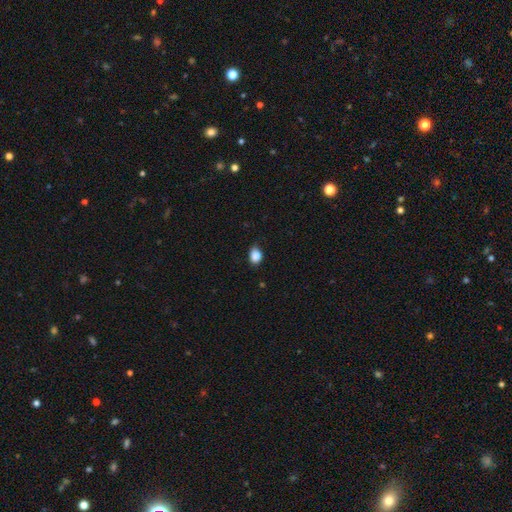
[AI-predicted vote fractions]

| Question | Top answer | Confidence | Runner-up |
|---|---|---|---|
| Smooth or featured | smooth | 87% | star or artifact (9%) |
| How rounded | in between | 66% | round (33%) |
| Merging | none | 67% | minor disturbance (27%) |